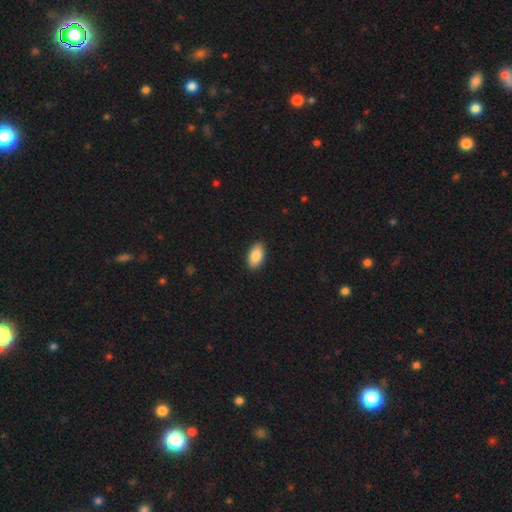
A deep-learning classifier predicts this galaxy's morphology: The model was most divided on "smooth or featured": smooth: 87%, featured or disk: 7%, star or artifact: 7%. More confident: how rounded — in between (94%); merging — none (90%).